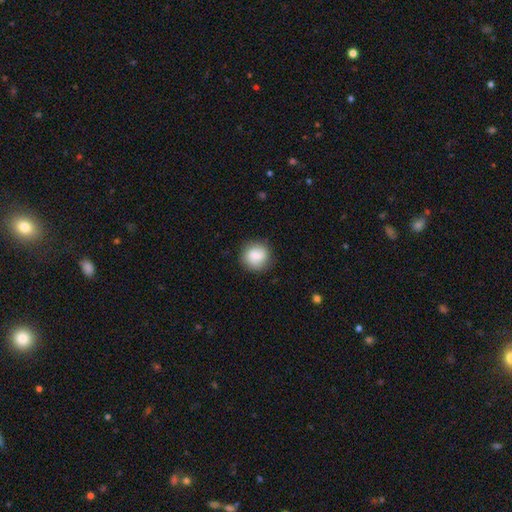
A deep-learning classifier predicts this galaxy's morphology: This is likely a smooth galaxy (78%). How rounded: clearly round (87%). Merging: clearly none (82%).